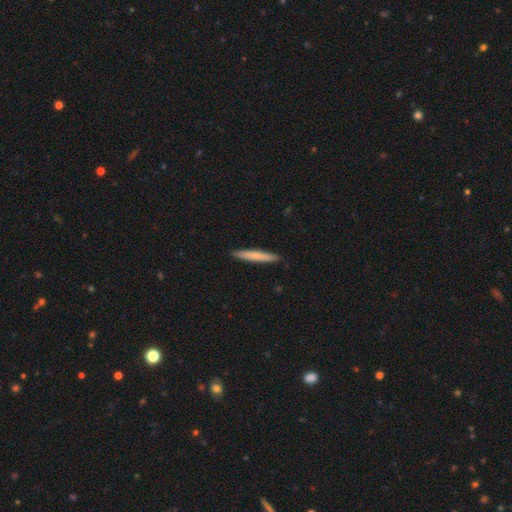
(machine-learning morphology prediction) A smooth galaxy with no disk features (70%) that is cigar-shaped (95%). Merging: none (92%).